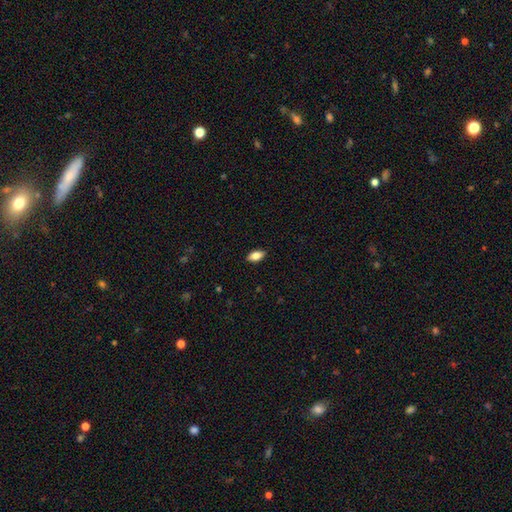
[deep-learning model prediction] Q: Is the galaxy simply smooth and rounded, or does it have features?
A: smooth — 80%.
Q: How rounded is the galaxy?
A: in between — 89%.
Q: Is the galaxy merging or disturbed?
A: none — 88%.